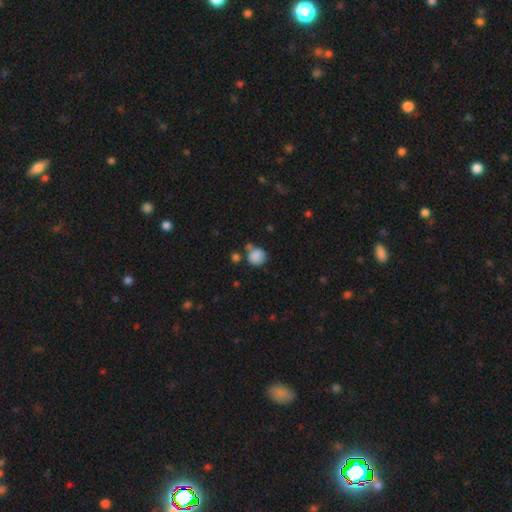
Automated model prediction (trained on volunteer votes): A smooth galaxy with no disk features (86%) that is round (86%).

Vote fractions:
- Smooth or featured? smooth: 86% / star or artifact: 9% / featured or disk: 5%
- How rounded? round: 86% / in between: 14% / cigar-shaped: 1%
- Merging? none: 60% / minor disturbance: 17% / merger: 17% / major disturbance: 6%